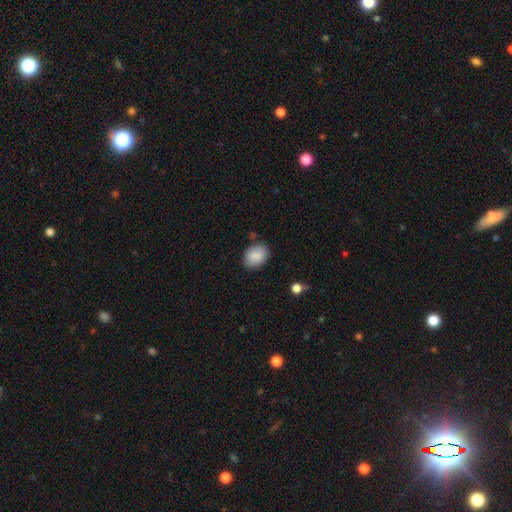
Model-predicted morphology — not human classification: The model was most divided on "how rounded": in between: 75%, round: 24%, cigar-shaped: 1%. More confident: smooth or featured — smooth (87%); merging — none (82%).